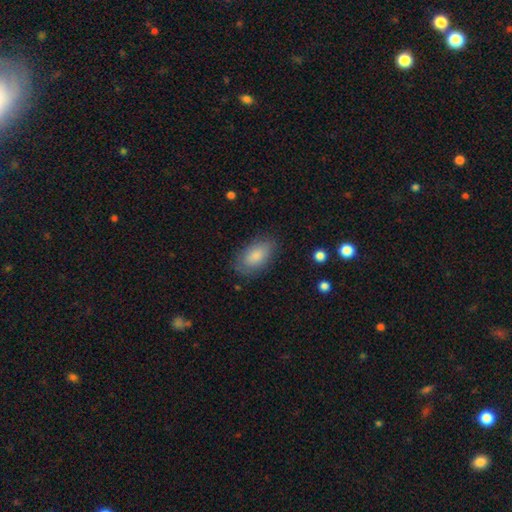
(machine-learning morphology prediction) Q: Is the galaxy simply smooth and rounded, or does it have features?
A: smooth — 83%.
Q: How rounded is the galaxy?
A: in between — 93%.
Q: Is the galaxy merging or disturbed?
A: none — 79%.